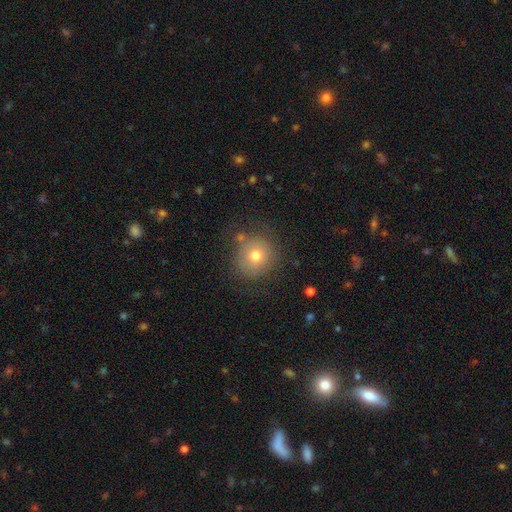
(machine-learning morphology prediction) A smooth galaxy with no disk features (71%) that is round (91%).

Vote fractions:
- Smooth or featured? smooth: 71% / featured or disk: 17% / star or artifact: 12%
- How rounded? round: 91% / in between: 8% / cigar-shaped: 1%
- Merging? none: 75% / minor disturbance: 15% / major disturbance: 6% / merger: 4%